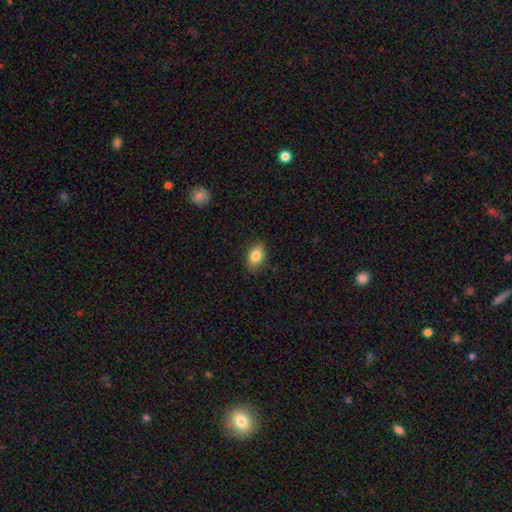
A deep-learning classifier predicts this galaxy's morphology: Smooth or featured? smooth (84%)
How rounded? in between (85%)
Merging? none (86%)